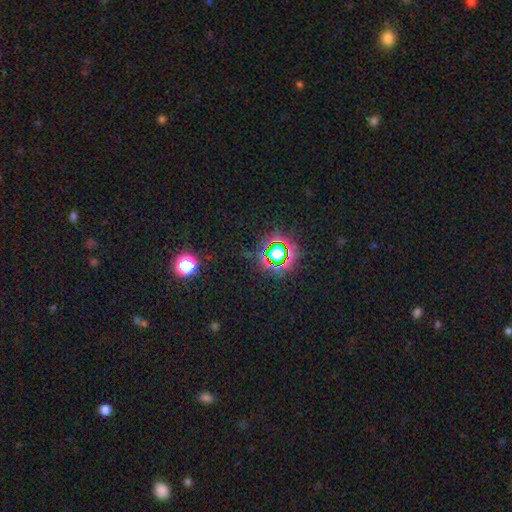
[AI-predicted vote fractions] This appears to be a star or artifact, not a galaxy (79%).